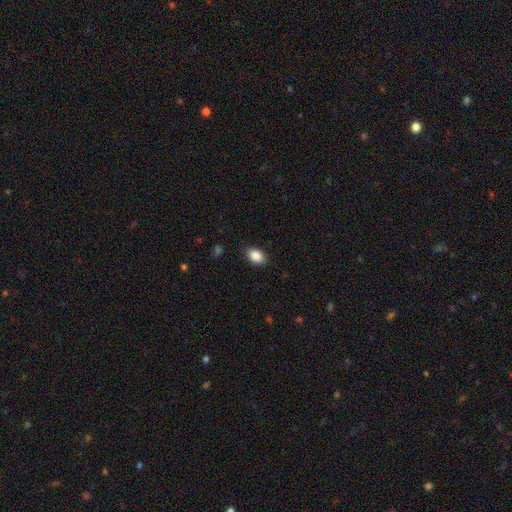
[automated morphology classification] A smooth galaxy with no disk features (87%) that is in between round and cigar-shaped (86%). Merging: none (86%).